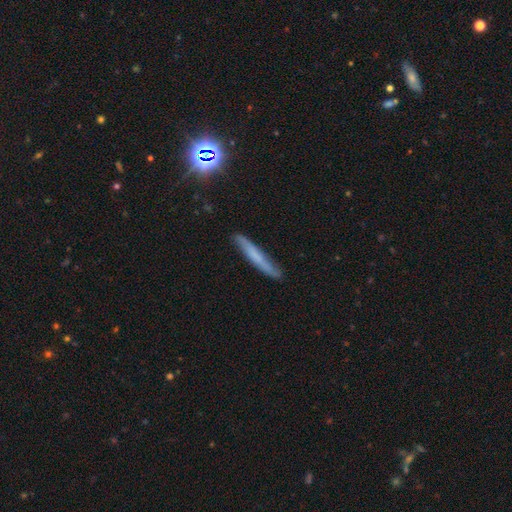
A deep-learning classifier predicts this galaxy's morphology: The model was most divided on "smooth or featured": smooth: 49%, featured or disk: 40%, star or artifact: 10%. More confident: merging — none (79%).